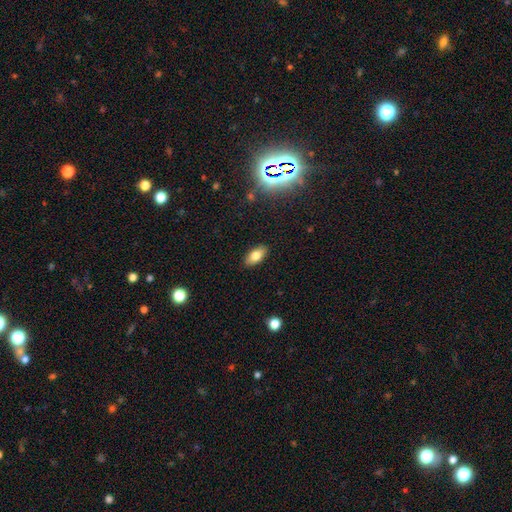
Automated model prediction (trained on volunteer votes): This is likely a smooth galaxy (77%). How rounded: clearly in between (89%). Merging: clearly none (89%).